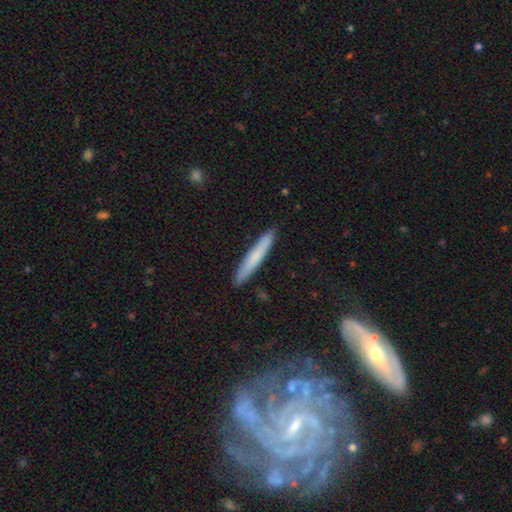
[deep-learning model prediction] The model was most divided on "smooth or featured": smooth: 68%, featured or disk: 26%, star or artifact: 6%. More confident: how rounded — cigar-shaped (96%); merging — none (90%).